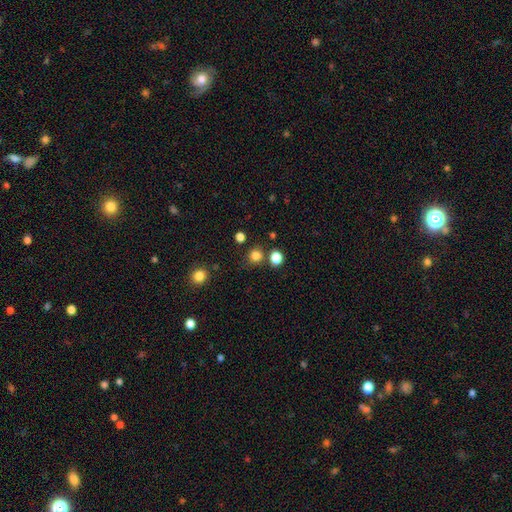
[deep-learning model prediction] This appears to be a smooth galaxy with no disk features (81%) that is round (89%). Merging: none (78%).